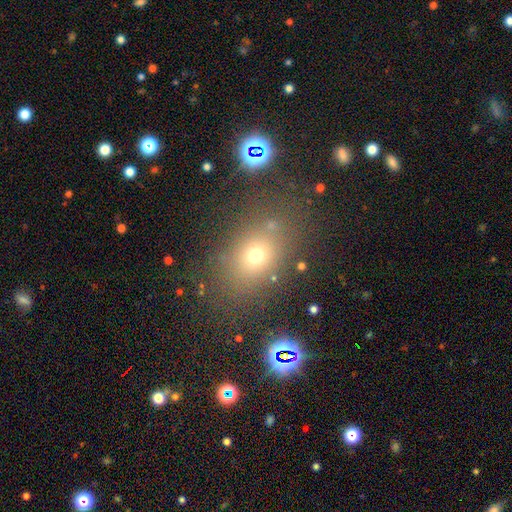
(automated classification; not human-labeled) This appears to be a smooth galaxy with no disk features (64%) that is in between round and cigar-shaped (57%). Merging: none (75%).